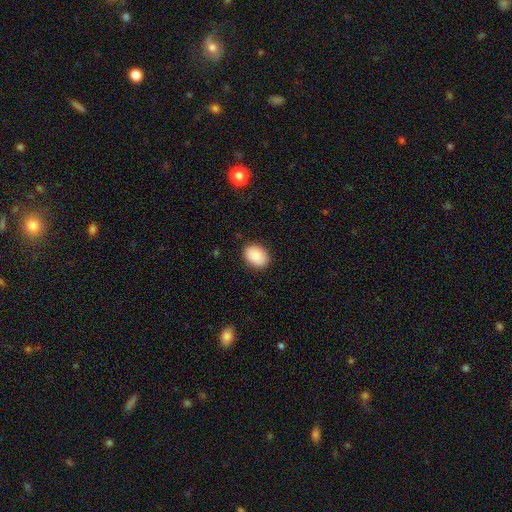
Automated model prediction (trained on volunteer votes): A smooth galaxy with no disk features (89%) that is in between round and cigar-shaped (73%). Merging: none (87%).